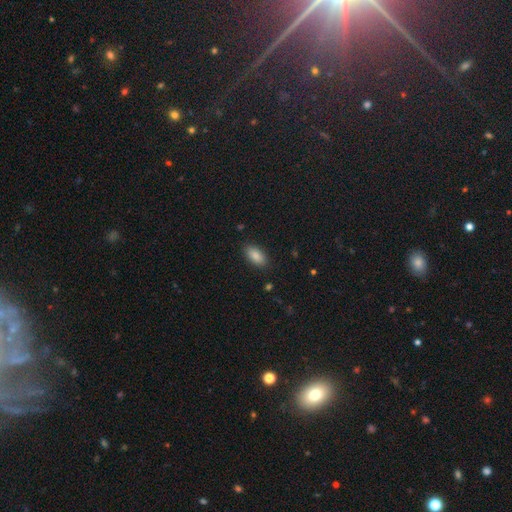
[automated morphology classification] smooth-or-featured: smooth: 87% | star or artifact: 7% | featured or disk: 5%
  how-rounded: in between: 91% | cigar-shaped: 7% | round: 3%
  merging: none: 87% | minor disturbance: 9% | major disturbance: 2% | merger: 1%